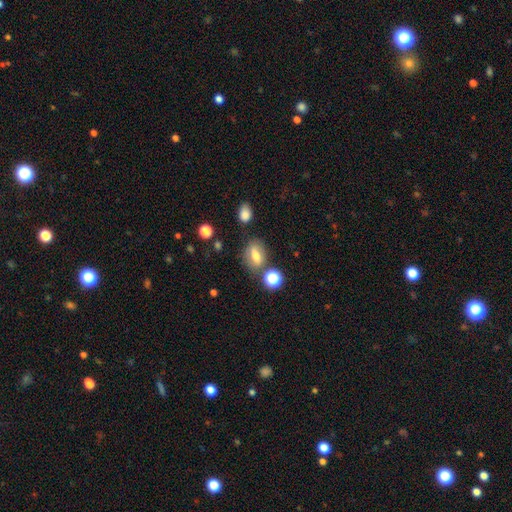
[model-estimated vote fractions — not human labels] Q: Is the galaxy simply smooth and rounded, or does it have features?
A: smooth — 64%.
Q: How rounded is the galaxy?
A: in between — 73%.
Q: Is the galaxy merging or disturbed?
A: none — 69%.